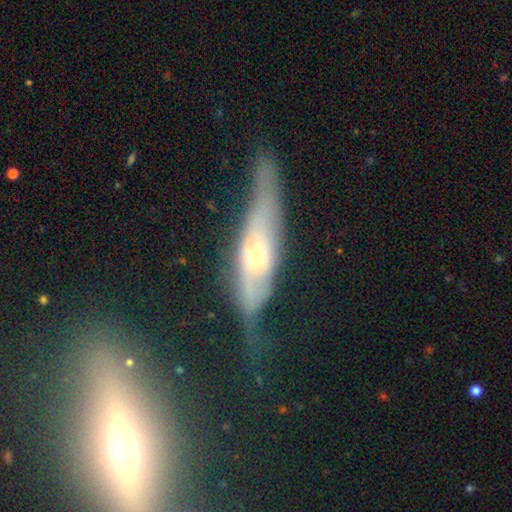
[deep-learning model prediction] smooth-or-featured: featured or disk: 60% | smooth: 32% | star or artifact: 8%
  disk-edge-on: yes: 68% | no: 32%
  merging: none: 51% | minor disturbance: 24% | major disturbance: 21% | merger: 4%